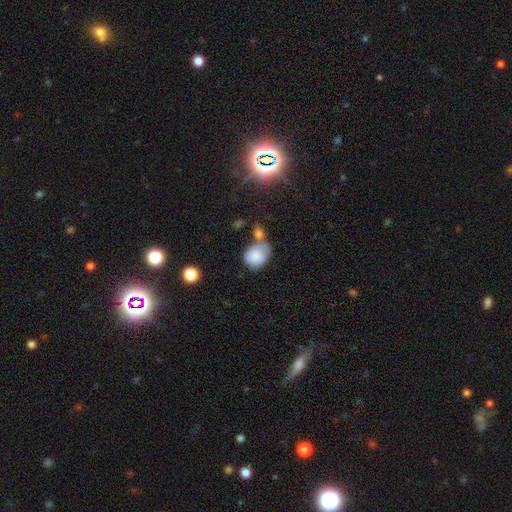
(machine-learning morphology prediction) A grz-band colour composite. It shows a smooth galaxy with no disk features (77%) that is in between round and cigar-shaped (51%). Merging: none (33%).